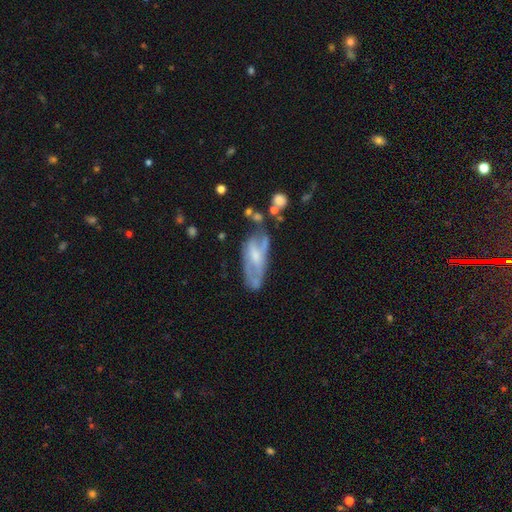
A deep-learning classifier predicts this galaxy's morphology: The model was most divided on "bar": no: 48%, weak: 38%, strong: 14%. Remaining: edge-on disk — no (87%); smooth or featured — featured or disk (64%); spiral arms — yes (62%); bulge size — small (47%); merging — none (44%).